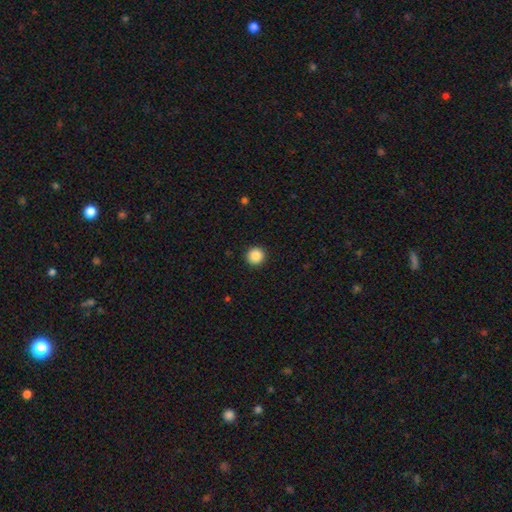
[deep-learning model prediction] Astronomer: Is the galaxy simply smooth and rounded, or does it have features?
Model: smooth — 88%.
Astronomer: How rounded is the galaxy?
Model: round — 96%.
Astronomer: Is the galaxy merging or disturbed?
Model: none — 93%.